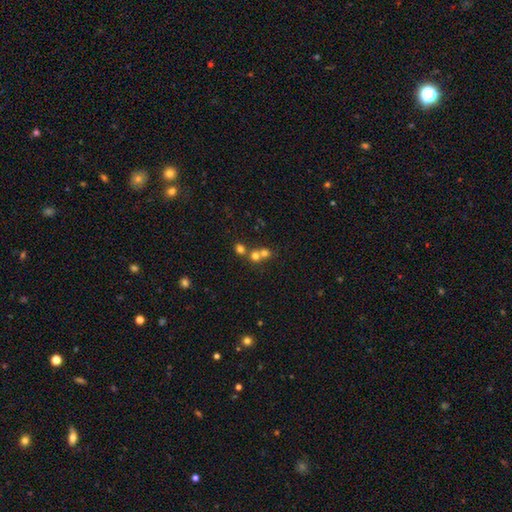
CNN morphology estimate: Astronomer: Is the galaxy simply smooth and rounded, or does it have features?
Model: smooth — 69%.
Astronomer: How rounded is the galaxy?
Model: round — 84%.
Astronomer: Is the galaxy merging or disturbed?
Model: merger — 55% (runner-up: none, 37%).